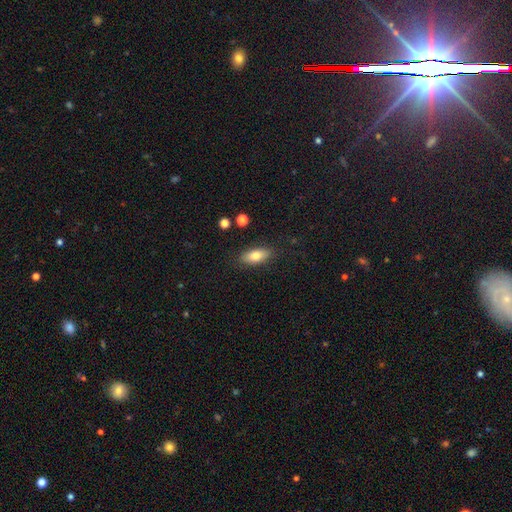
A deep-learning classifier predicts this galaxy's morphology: Smooth or featured? smooth (77%)
How rounded? in between (81%)
Merging? none (86%)